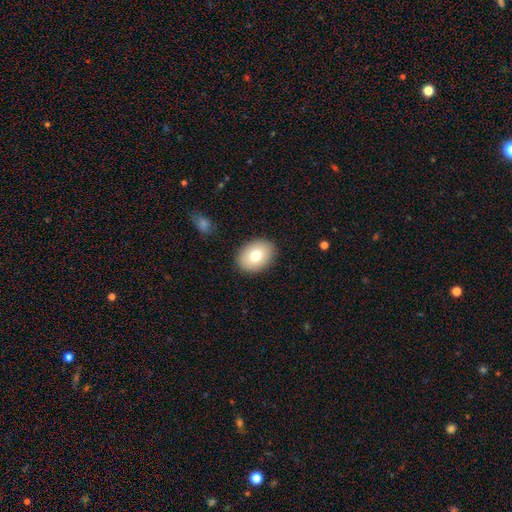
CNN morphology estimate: smooth-or-featured: smooth: 76% | featured or disk: 16% | star or artifact: 9%
  how-rounded: in between: 72% | round: 27% | cigar-shaped: 1%
  merging: none: 89% | minor disturbance: 8% | major disturbance: 2% | merger: 1%